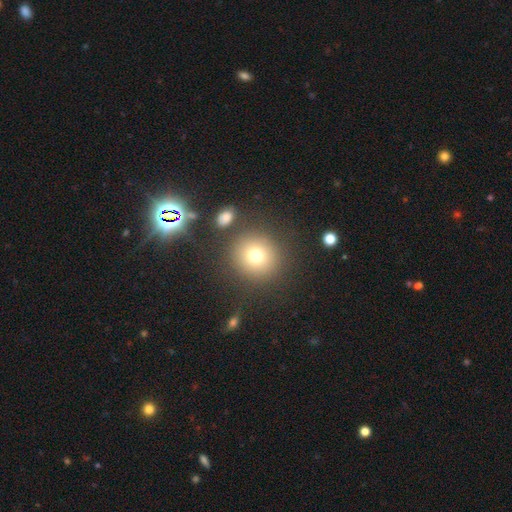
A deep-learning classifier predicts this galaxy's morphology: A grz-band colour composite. It shows a smooth galaxy with no disk features (74%) that is round (91%). Merging: none (84%).